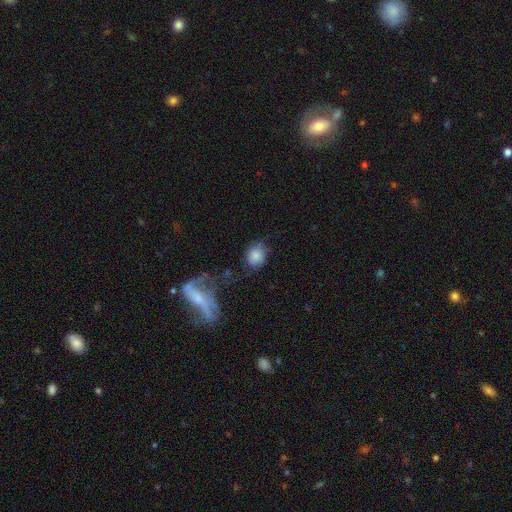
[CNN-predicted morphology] smooth-or-featured: smooth: 80% | featured or disk: 11% | star or artifact: 9%
  how-rounded: round: 68% | in between: 31% | cigar-shaped: 1%
  merging: none: 60% | minor disturbance: 22% | major disturbance: 10% | merger: 8%